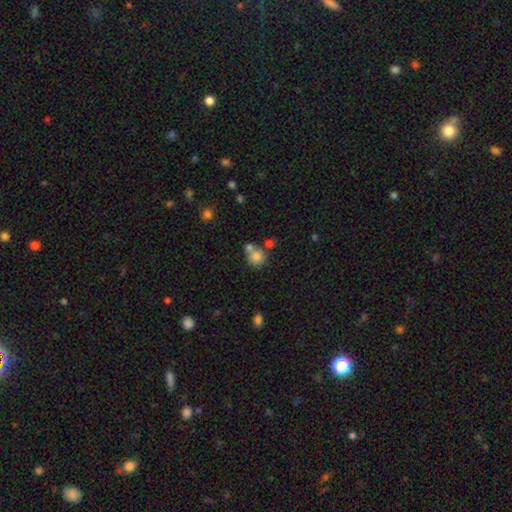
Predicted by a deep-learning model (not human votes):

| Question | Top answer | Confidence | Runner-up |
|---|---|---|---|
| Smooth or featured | smooth | 79% | star or artifact (11%) |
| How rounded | round | 81% | in between (18%) |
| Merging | none | 46% | merger (36%) |